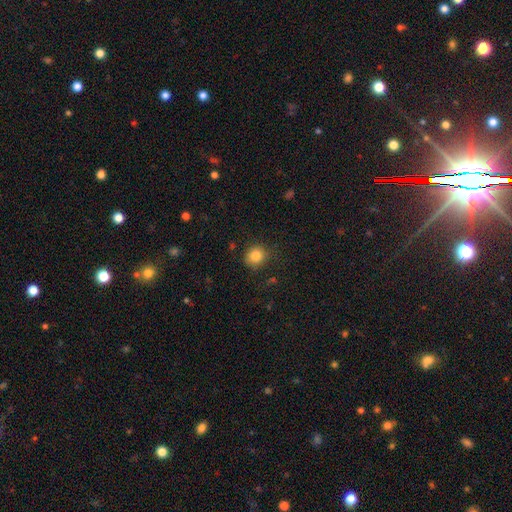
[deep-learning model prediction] smooth-or-featured: smooth: 85% | star or artifact: 10% | featured or disk: 5%
  how-rounded: round: 77% | in between: 22% | cigar-shaped: 1%
  merging: none: 79% | minor disturbance: 15% | major disturbance: 5% | merger: 2%